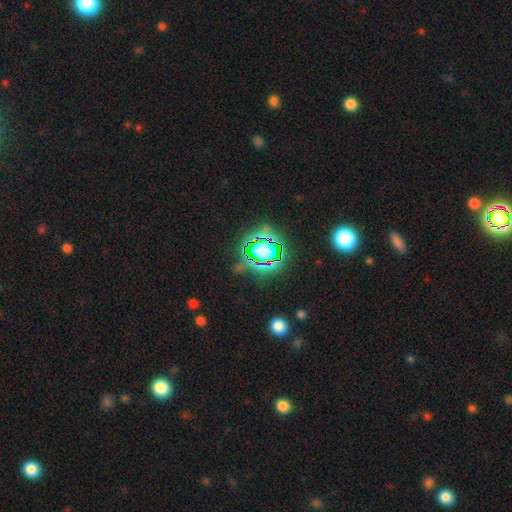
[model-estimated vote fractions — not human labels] Q: Smooth or featured?
A: star or artifact (80%); runner-up: smooth (13%)